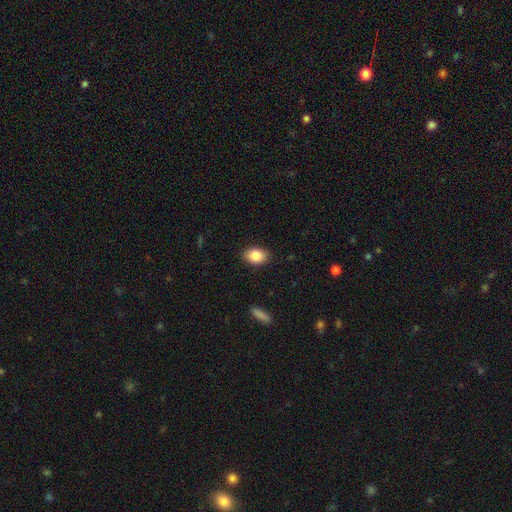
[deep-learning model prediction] This is clearly a smooth galaxy (85%). How rounded: likely in between (79%). Merging: clearly none (87%).